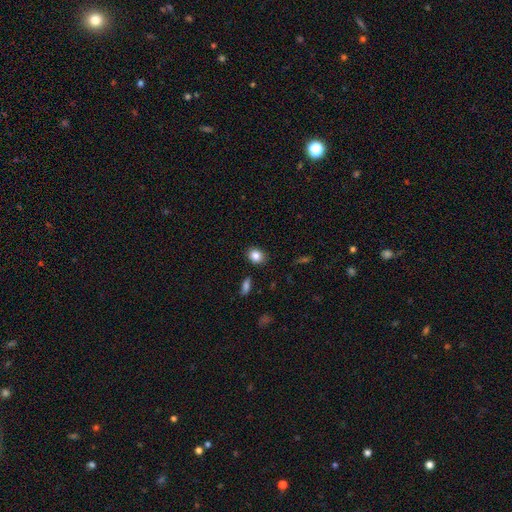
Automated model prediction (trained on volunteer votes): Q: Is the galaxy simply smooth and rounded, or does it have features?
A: smooth — 85%.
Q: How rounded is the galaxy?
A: round — 61%.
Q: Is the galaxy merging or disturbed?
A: none — 87%.